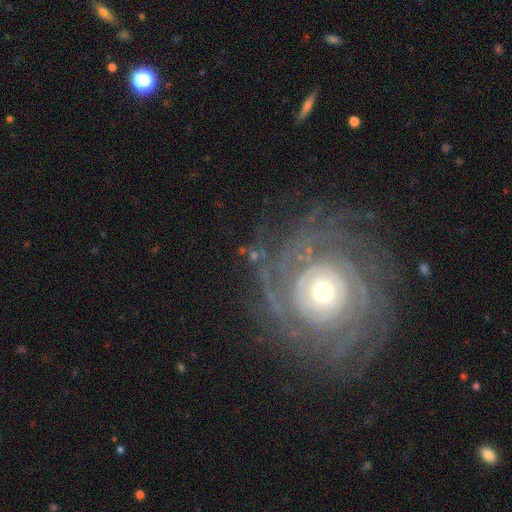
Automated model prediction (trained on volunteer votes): smooth_or_featured: featured or disk (p=0.78) [alt: smooth p=0.13]
disk_edge_on: no (p=0.96) [alt: yes p=0.04]
bar: no (p=0.77) [alt: weak p=0.15]
has_spiral_arms: yes (p=0.87) [alt: no p=0.13]
spiral_winding: tight (p=0.78) [alt: medium p=0.16]
spiral_arm_count: can't tell (p=0.38) [alt: 2 p=0.15]
bulge_size: moderate (p=0.60) [alt: small p=0.28]
merging: none (p=0.72) [alt: minor disturbance p=0.14]